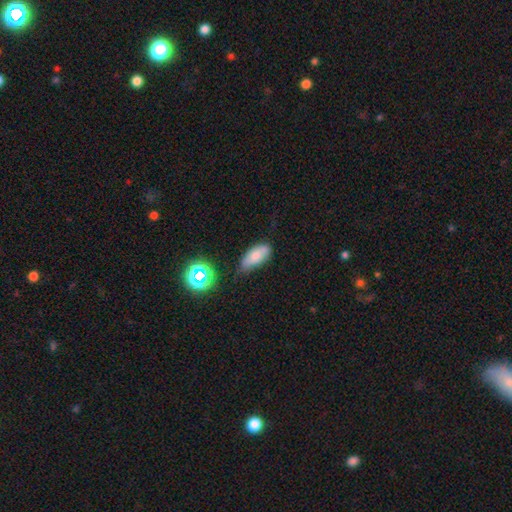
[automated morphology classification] This is likely a smooth galaxy (74%). How rounded: clearly in between (86%). Merging: possibly none (54%).